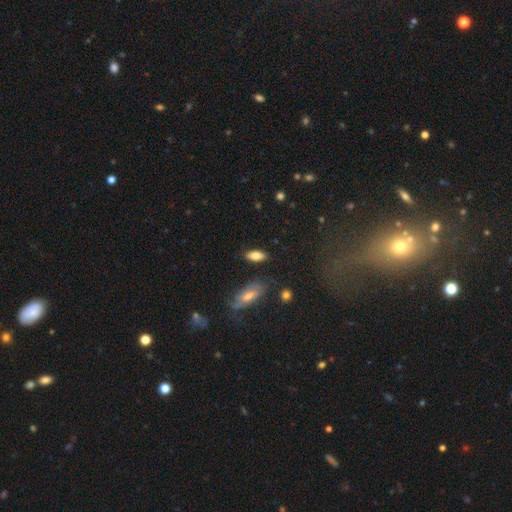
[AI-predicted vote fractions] Smooth or featured? smooth (78%)
How rounded? in between (80%)
Merging? none (82%)